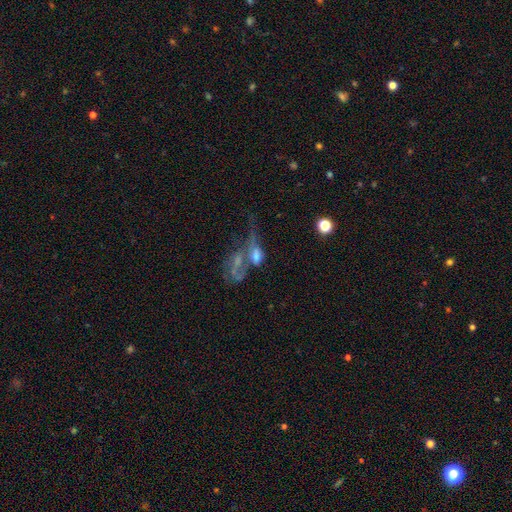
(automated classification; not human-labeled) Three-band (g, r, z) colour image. It shows a featured or disk galaxy (46%). Merging: merger (58%).